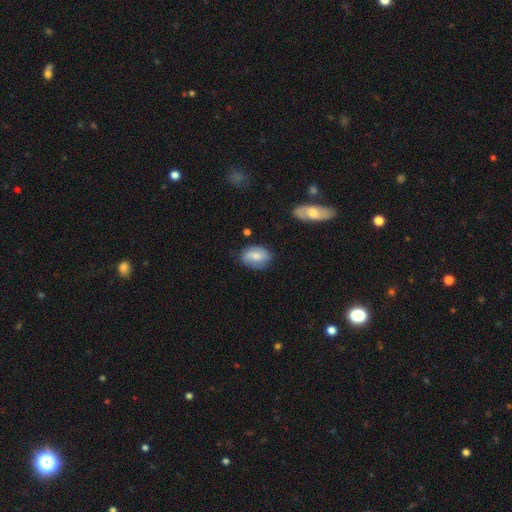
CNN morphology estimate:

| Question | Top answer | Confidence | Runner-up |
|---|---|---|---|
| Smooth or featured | smooth | 61% | featured or disk (31%) |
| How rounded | in between | 77% | round (21%) |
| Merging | none | 71% | minor disturbance (22%) |